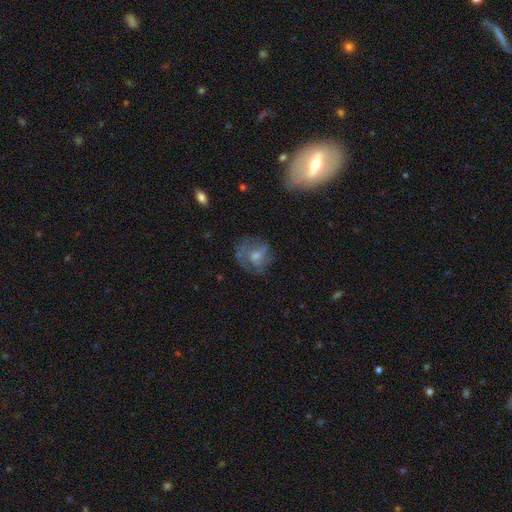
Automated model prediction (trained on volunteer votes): This appears to be a featured or disk galaxy (48%). Merging: none (63%).